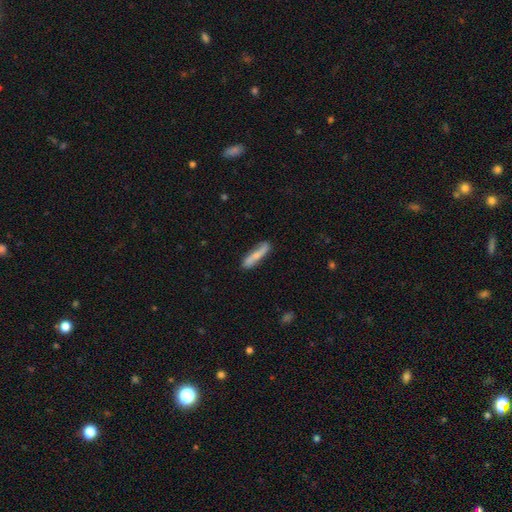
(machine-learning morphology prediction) The model was most divided on "smooth or featured": smooth: 52%, featured or disk: 42%, star or artifact: 6%. More confident: how rounded — cigar-shaped (83%); merging — none (82%).